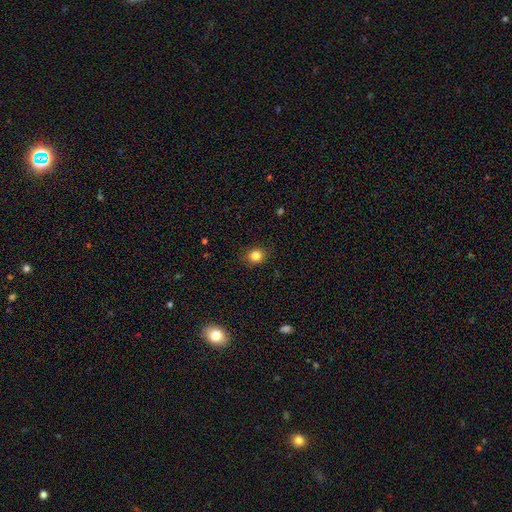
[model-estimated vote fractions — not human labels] A smooth galaxy with no disk features (83%) that is round (72%).

Vote fractions:
- Smooth or featured? smooth: 83% / star or artifact: 11% / featured or disk: 5%
- How rounded? round: 72% / in between: 28% / cigar-shaped: 1%
- Merging? none: 88% / minor disturbance: 9% / major disturbance: 2% / merger: 1%